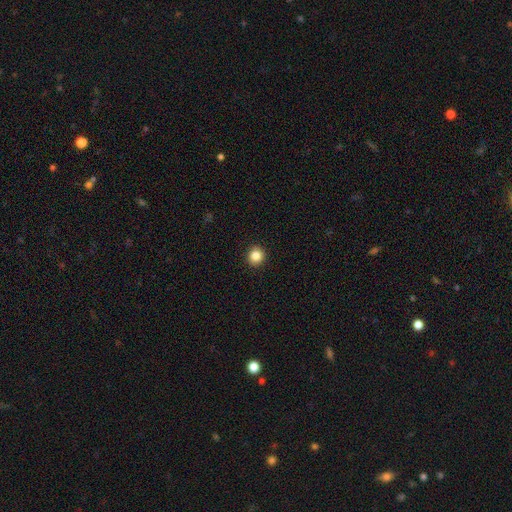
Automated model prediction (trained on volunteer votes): smooth-or-featured: smooth: 86% | star or artifact: 10% | featured or disk: 4%
  how-rounded: round: 91% | in between: 8% | cigar-shaped: 1%
  merging: none: 93% | minor disturbance: 5% | major disturbance: 2% | merger: 1%